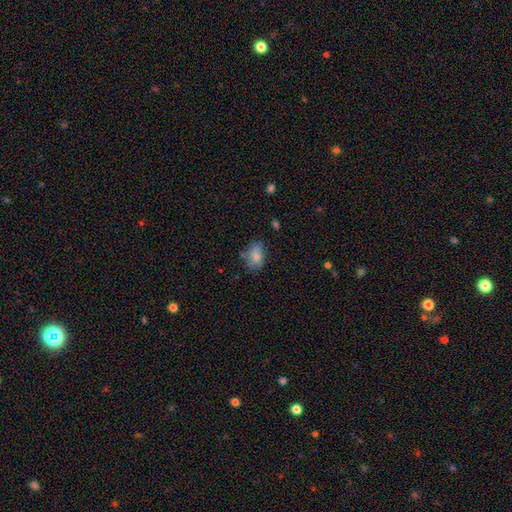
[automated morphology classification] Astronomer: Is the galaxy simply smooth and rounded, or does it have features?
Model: smooth — 81%.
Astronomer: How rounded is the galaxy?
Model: in between — 83%.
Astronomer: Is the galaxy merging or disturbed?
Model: none — 67%.